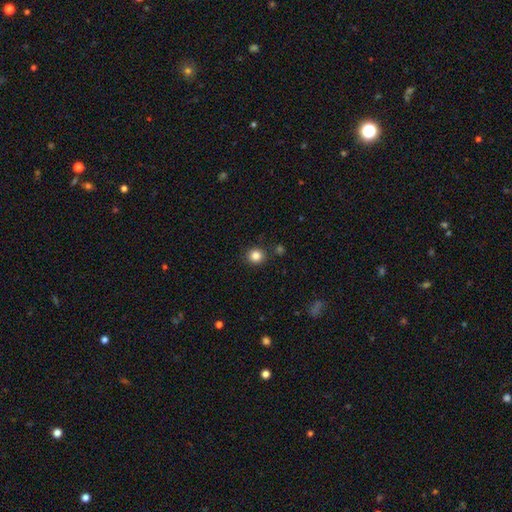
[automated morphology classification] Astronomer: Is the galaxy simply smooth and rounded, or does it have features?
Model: smooth — 84%.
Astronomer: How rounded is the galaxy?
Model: round — 88%.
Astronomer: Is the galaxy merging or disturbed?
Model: none — 87%.